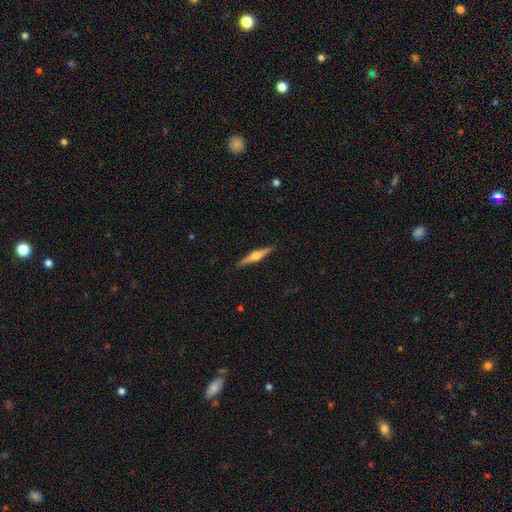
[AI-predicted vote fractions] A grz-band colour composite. It shows a featured or disk galaxy (74%) viewed edge-on (98%) with a rounded central bulge (94%). Merging: none (91%).